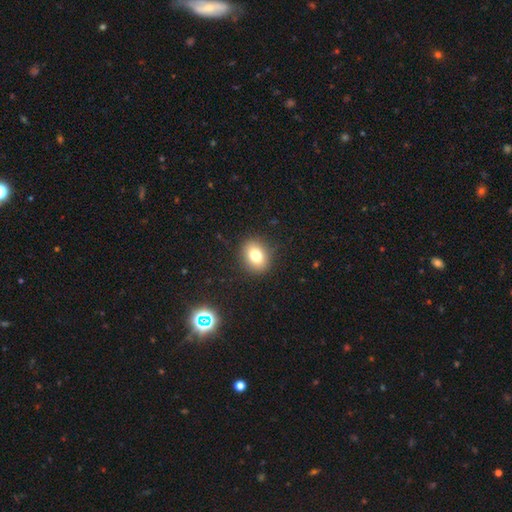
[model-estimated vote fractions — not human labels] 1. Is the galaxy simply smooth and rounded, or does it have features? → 78% smooth, 12% star or artifact, 10% featured or disk.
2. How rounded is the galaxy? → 53% in between, 46% round, 1% cigar-shaped.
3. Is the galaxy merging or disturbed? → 88% none, 8% minor disturbance, 3% major disturbance, 1% merger.